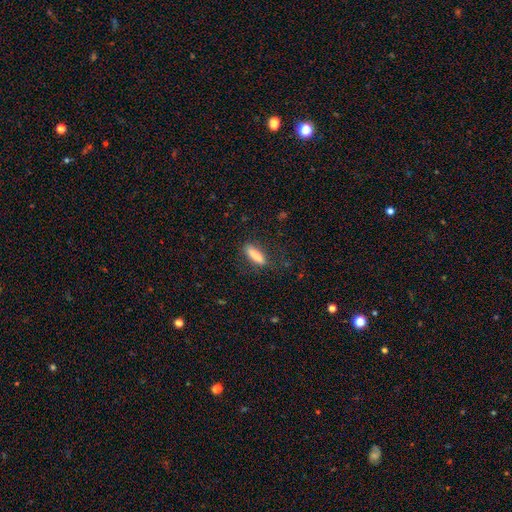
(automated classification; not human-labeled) Smooth or featured: smooth — 81% (featured or disk — 12%)
How rounded: cigar-shaped — 65% (in between — 33%)
Merging: none — 81% (minor disturbance — 13%)